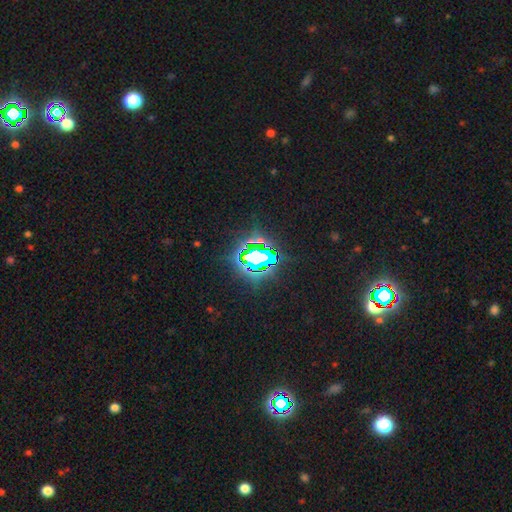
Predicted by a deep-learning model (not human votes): A star or artifact, not a galaxy (76%).

Vote fractions:
- Smooth or featured? star or artifact: 76% / smooth: 13% / featured or disk: 11%